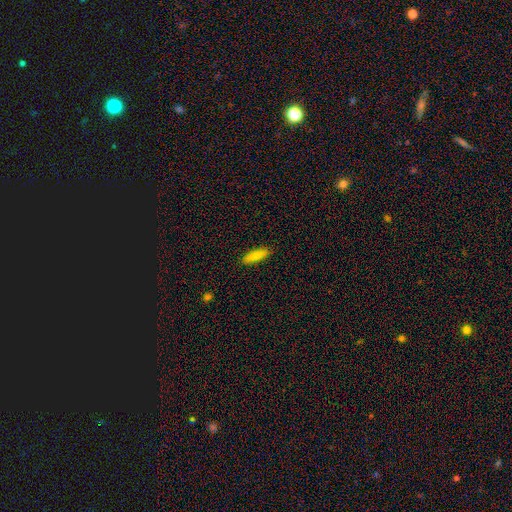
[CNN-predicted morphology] A smooth galaxy with no disk features (85%) that is cigar-shaped (59%). Merging: none (89%).